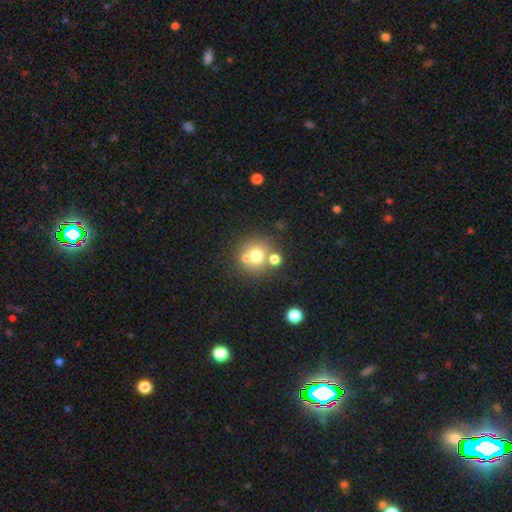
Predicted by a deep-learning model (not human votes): Overall: smooth (67%). How rounded: round (89%). Merging: none (61%; merger 26%).